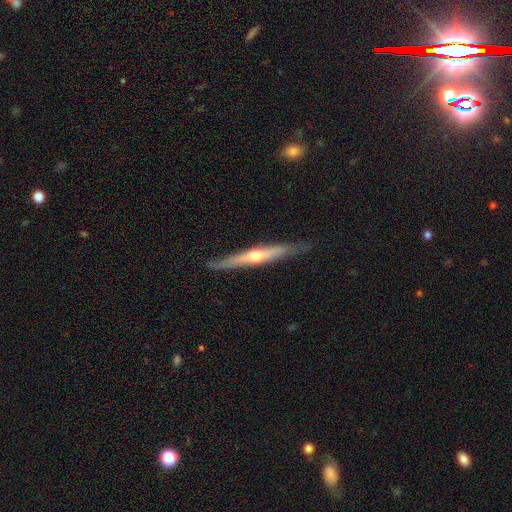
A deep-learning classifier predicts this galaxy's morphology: Smooth or featured: featured or disk — 68% (smooth — 26%)
Edge-on disk: yes — 95% (no — 5%)
Edge-on bulge: rounded — 80% (none — 16%)
Merging: none — 84% (minor disturbance — 13%)